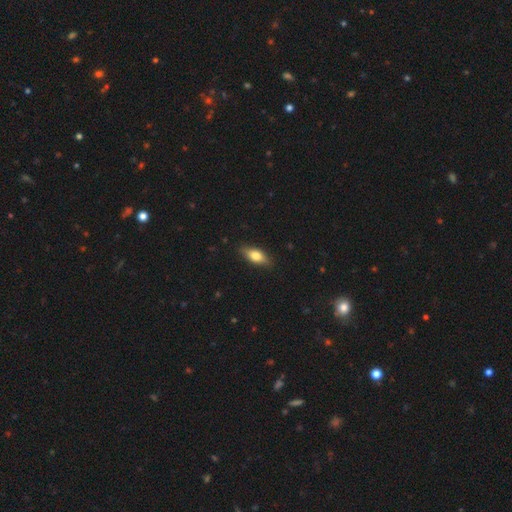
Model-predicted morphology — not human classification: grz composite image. It shows a smooth galaxy with no disk features (72%) that is in between round and cigar-shaped (77%). Merging: none (86%).